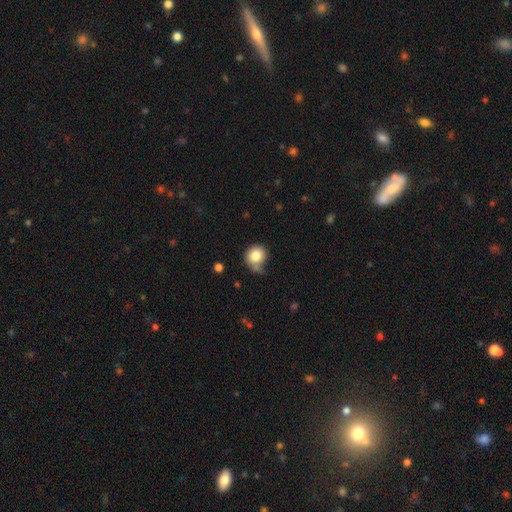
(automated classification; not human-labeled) Smooth or featured?
  - smooth: 82% *
  - star or artifact: 9%
  - featured or disk: 9%
How rounded?
  - round: 82% *
  - in between: 17%
  - cigar-shaped: 1%
Merging?
  - none: 55% *
  - minor disturbance: 25%
  - major disturbance: 11%
  - merger: 10%